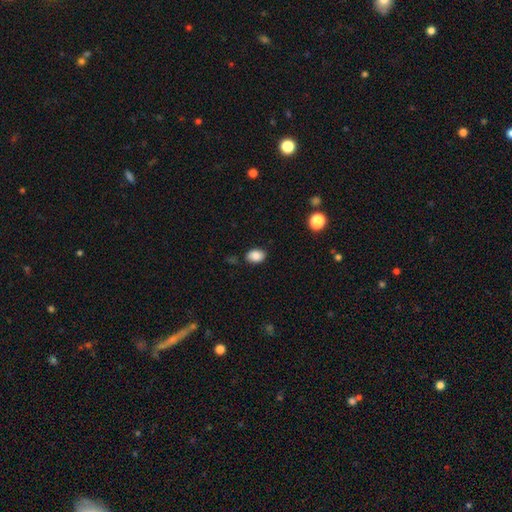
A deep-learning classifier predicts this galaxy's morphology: Smooth or featured? Predicted: smooth (p=0.87). How rounded? Predicted: in between (p=0.82). Merging? Predicted: none (p=0.82).